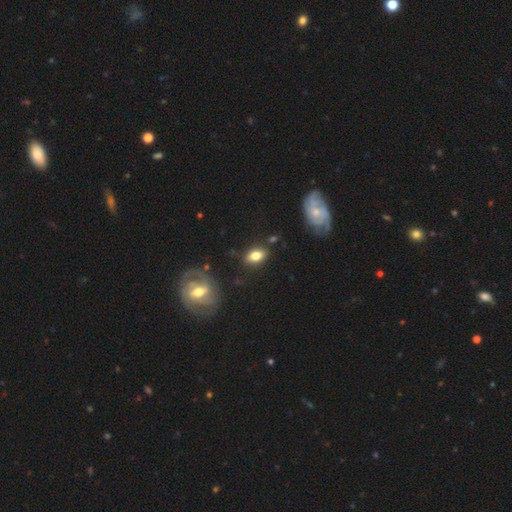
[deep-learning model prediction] This is likely a smooth galaxy (78%). How rounded: clearly in between (86%). Merging: likely none (79%).